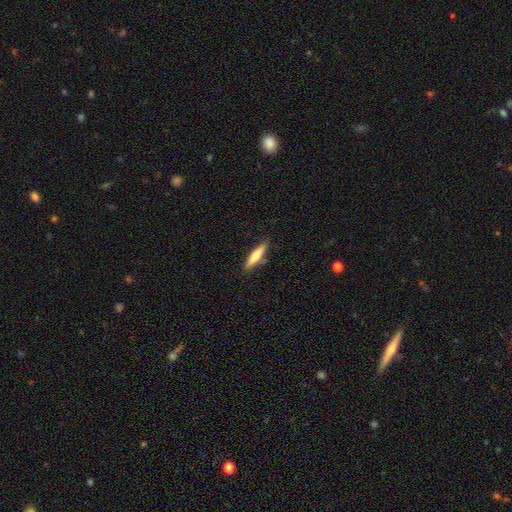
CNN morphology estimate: smooth-or-featured: smooth: 63% | featured or disk: 31% | star or artifact: 6%
  how-rounded: cigar-shaped: 80% | in between: 19% | round: 2%
  merging: none: 83% | minor disturbance: 11% | merger: 3% | major disturbance: 2%